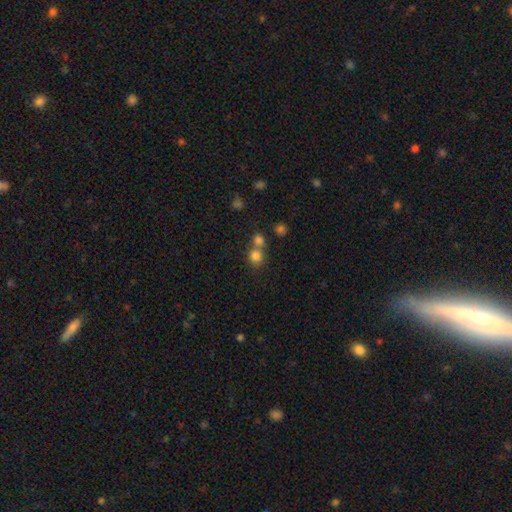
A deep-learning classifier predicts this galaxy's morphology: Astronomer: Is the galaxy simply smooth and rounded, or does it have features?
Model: smooth — 80%.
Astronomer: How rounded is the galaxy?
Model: round — 84%.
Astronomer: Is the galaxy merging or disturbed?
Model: none — 53% (runner-up: merger, 38%).